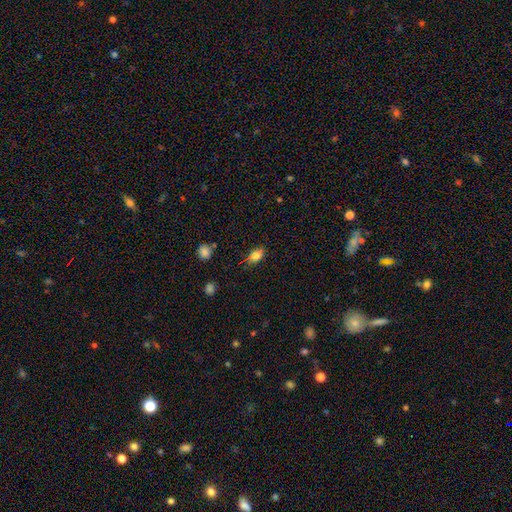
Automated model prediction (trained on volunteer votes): This appears to be a smooth galaxy with no disk features (74%) that is in between round and cigar-shaped (81%). Merging: none (79%).